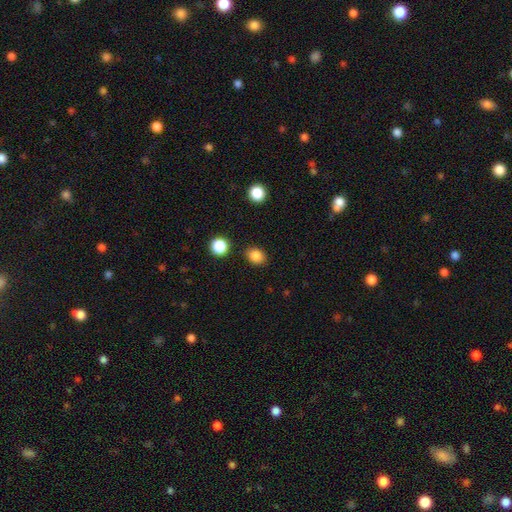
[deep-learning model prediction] smooth_or_featured: smooth (p=0.85) [alt: star or artifact p=0.11]
how_rounded: round (p=0.51) [alt: in between p=0.49]
merging: none (p=0.87) [alt: minor disturbance p=0.08]